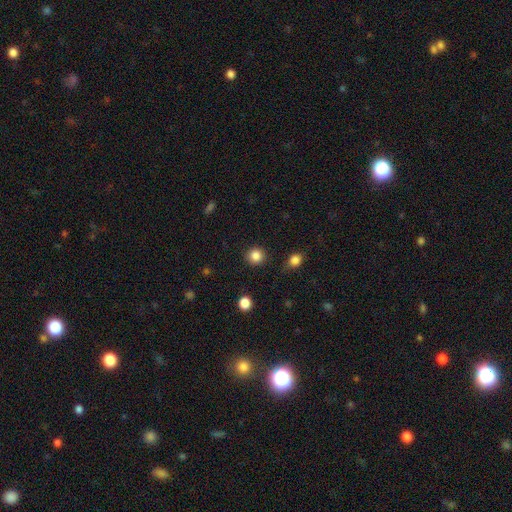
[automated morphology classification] smooth-or-featured: smooth: 85% | star or artifact: 11% | featured or disk: 4%
  how-rounded: round: 92% | in between: 7% | cigar-shaped: 1%
  merging: none: 89% | minor disturbance: 7% | major disturbance: 2% | merger: 2%